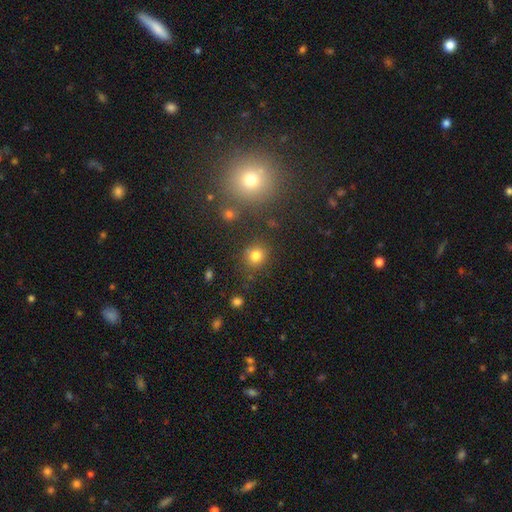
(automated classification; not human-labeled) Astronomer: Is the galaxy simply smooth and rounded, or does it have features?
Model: smooth — 79%.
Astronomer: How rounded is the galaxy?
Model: round — 83%.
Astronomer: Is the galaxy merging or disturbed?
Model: none — 80%.